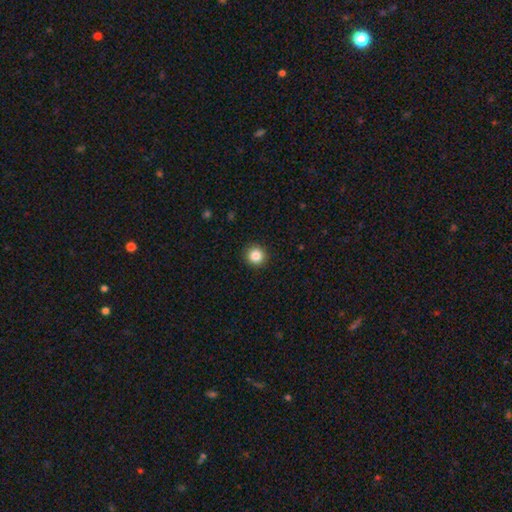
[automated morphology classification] A smooth galaxy with no disk features (86%) that is round (95%). Merging: none (93%).